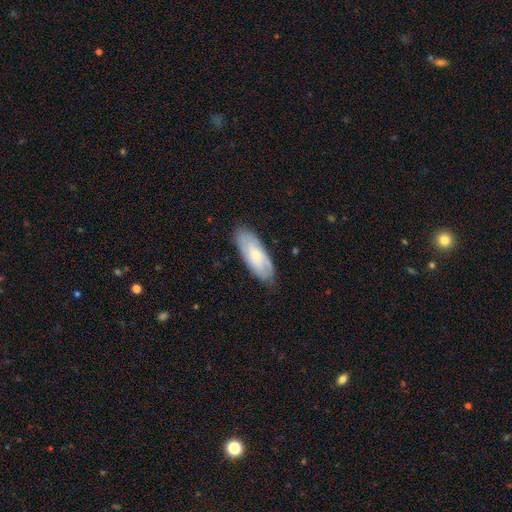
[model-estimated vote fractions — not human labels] This appears to be a featured or disk galaxy (51%). Merging: none (79%).